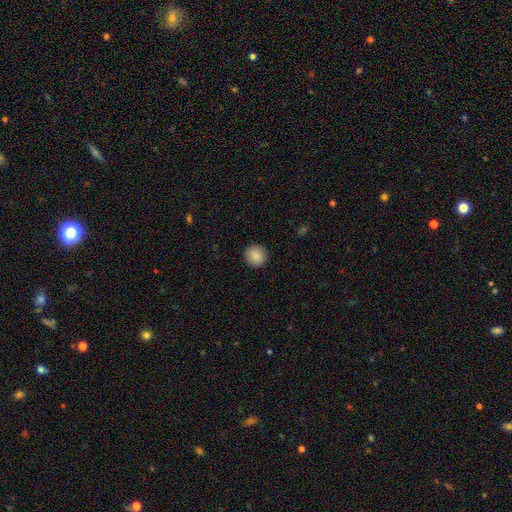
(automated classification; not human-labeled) A smooth galaxy with no disk features (87%) that is round (93%). Merging: none (92%).